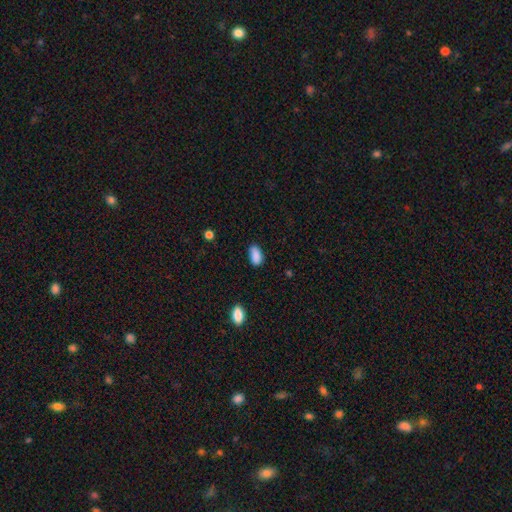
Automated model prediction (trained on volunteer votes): smooth 87%, star or artifact 8%, featured or disk 4%. Down the decision tree: how rounded — in between (92%); merging — none (70%).